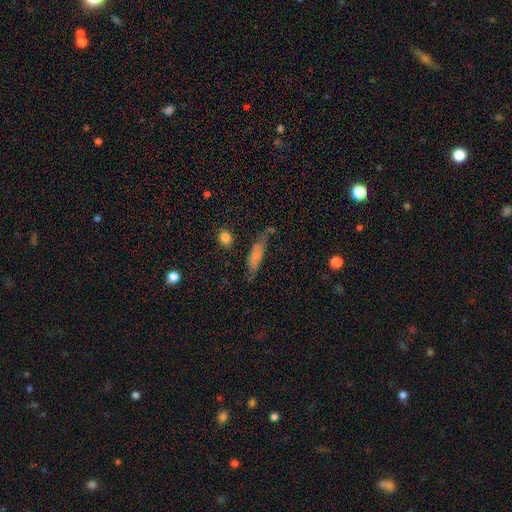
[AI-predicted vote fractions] smooth 67%, featured or disk 24%, star or artifact 9%. Down the decision tree: how rounded — cigar-shaped (58%); merging — none (51%).